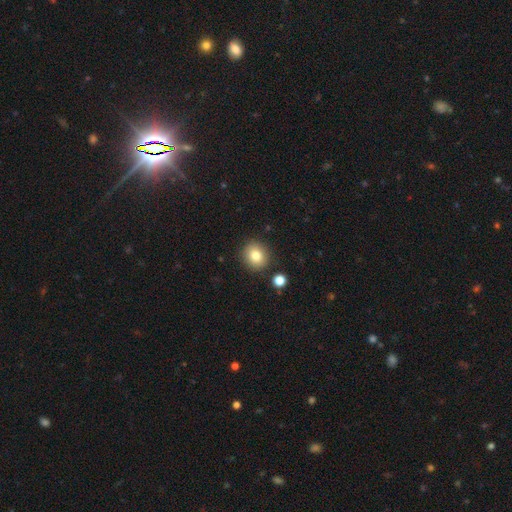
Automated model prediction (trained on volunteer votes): This appears to be a smooth galaxy with no disk features (81%) that is round (82%). Merging: none (87%).